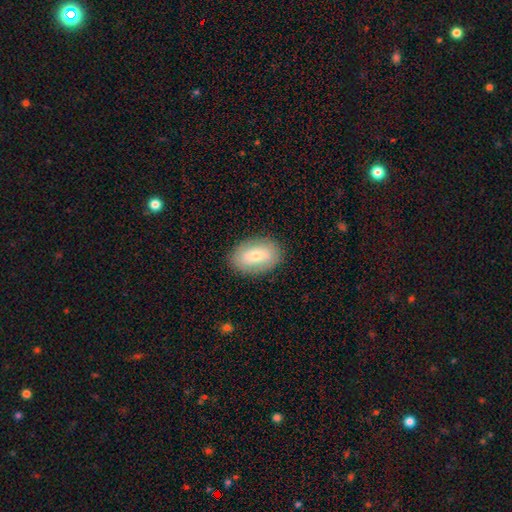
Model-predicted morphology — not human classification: Smooth or featured: smooth — 69% (featured or disk — 24%)
How rounded: in between — 89% (round — 10%)
Merging: none — 87% (minor disturbance — 9%)